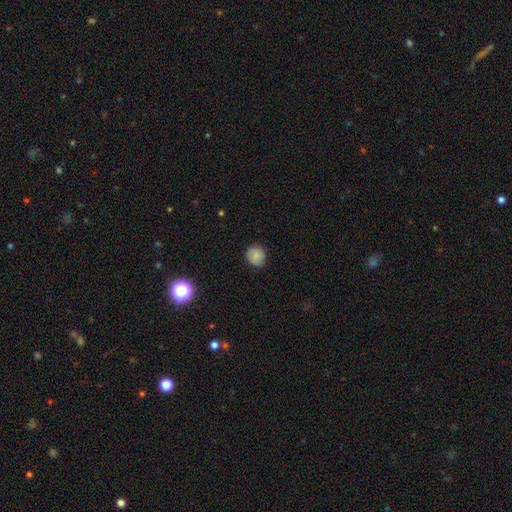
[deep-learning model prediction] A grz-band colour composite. It shows a smooth galaxy with no disk features (81%) that is round (85%). Merging: none (83%).